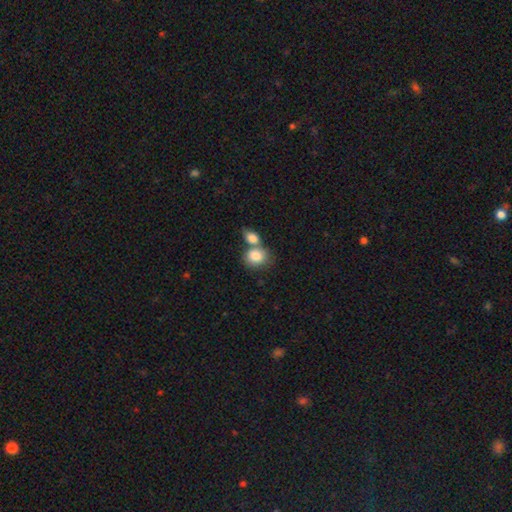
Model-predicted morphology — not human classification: Smooth or featured: smooth — 83% (featured or disk — 9%)
How rounded: in between — 51% (round — 47%)
Merging: merger — 52% (none — 35%)